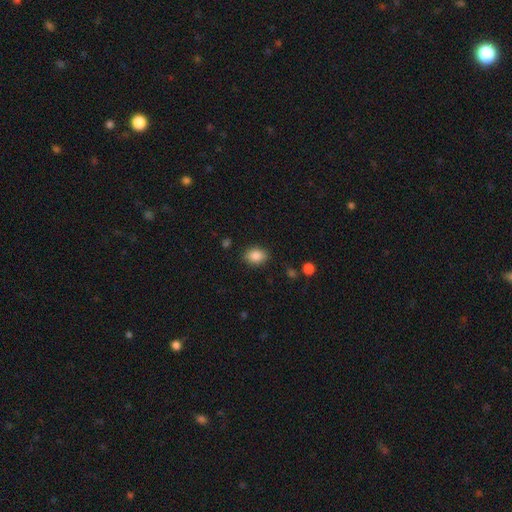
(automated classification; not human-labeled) Smooth or featured?
  - smooth: 86% *
  - star or artifact: 9%
  - featured or disk: 5%
How rounded?
  - in between: 75% *
  - round: 24%
  - cigar-shaped: 1%
Merging?
  - none: 86% *
  - minor disturbance: 10%
  - major disturbance: 3%
  - merger: 1%